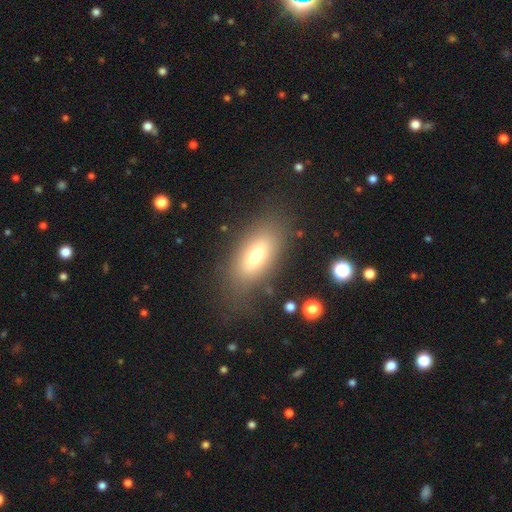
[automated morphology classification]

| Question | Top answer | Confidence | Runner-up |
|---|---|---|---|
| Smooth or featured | smooth | 70% | featured or disk (20%) |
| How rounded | in between | 83% | cigar-shaped (13%) |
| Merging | none | 78% | minor disturbance (14%) |